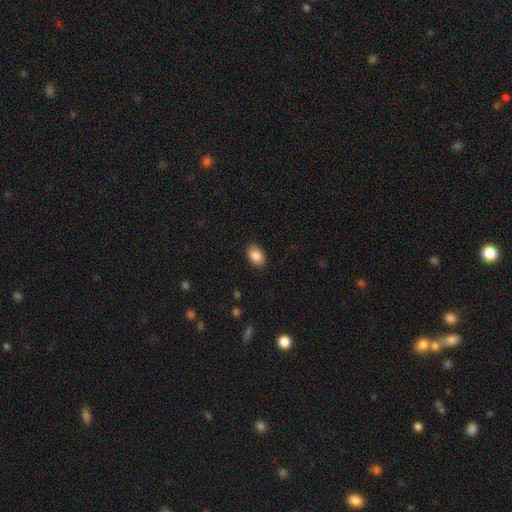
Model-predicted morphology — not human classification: Smooth or featured? Predicted: smooth (p=0.88). How rounded? Predicted: in between (p=0.86). Merging? Predicted: none (p=0.87).